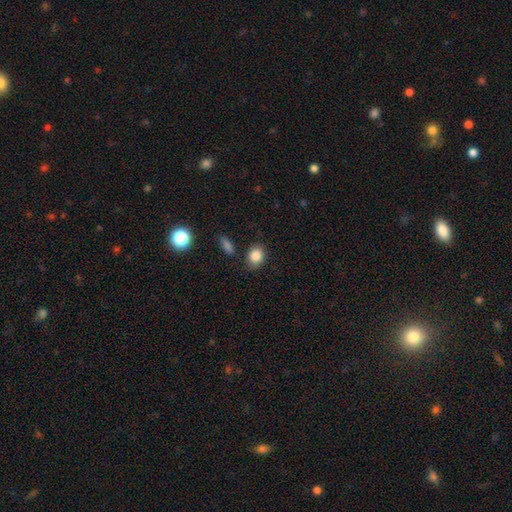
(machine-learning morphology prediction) smooth 86%, star or artifact 9%, featured or disk 5%. Down the decision tree: how rounded — round (51%); merging — none (79%).